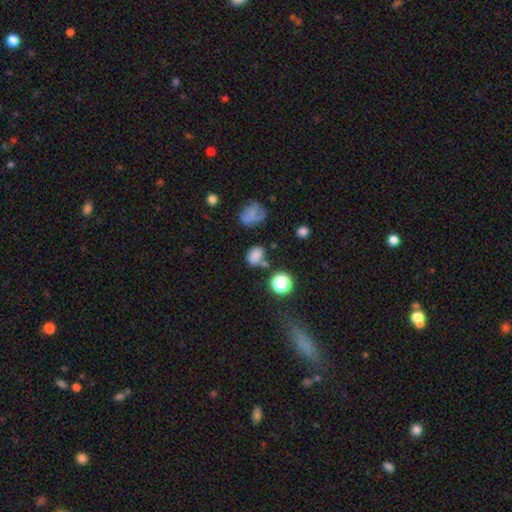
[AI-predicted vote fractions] Morphology: type=smooth (77%); roundness=in between (66%); merging=none (62%).